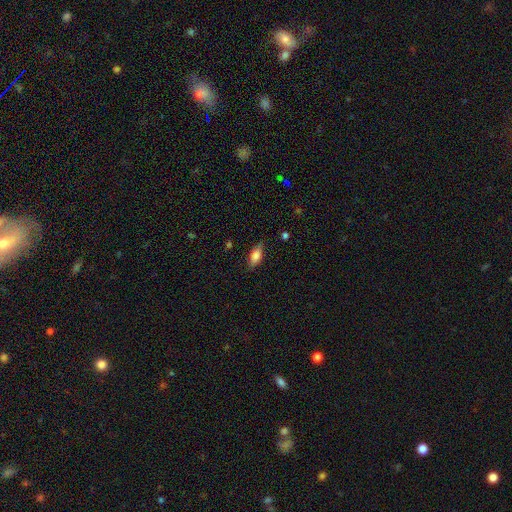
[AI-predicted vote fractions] This is likely a smooth galaxy (77%). How rounded: likely in between (80%). Merging: likely none (79%).